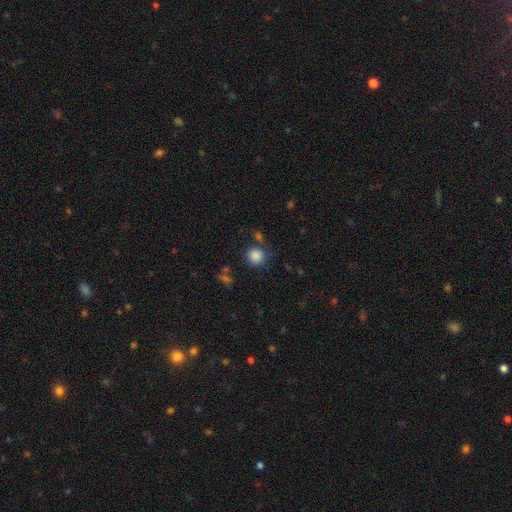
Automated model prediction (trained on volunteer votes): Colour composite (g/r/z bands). It shows a smooth galaxy with no disk features (86%) that is round (91%). Merging: none (78%).